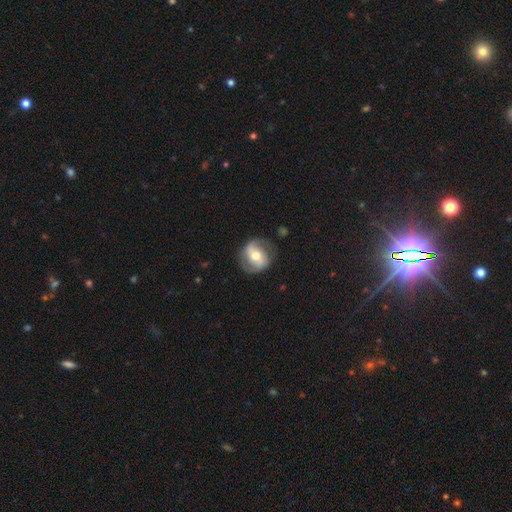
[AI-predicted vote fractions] This appears to be a featured or disk galaxy (69%) with a weak bar (37%), 2 (88%) medium (43%) spiral arms (84%) and a moderate central bulge (70%). Merging: none (79%).